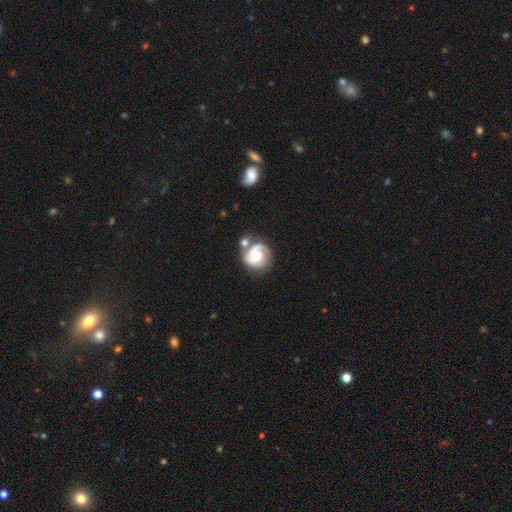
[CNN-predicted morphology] Smooth or featured? Predicted: featured or disk (p=0.68). Edge-on disk? Predicted: no (p=0.98). Bar? Predicted: no (p=0.64). Spiral arms? Predicted: yes (p=0.93). Spiral winding? Predicted: tight (p=0.52). Spiral arm count? Predicted: 2 (p=0.52). Bulge size? Predicted: moderate (p=0.39). Merging? Predicted: none (p=0.51).